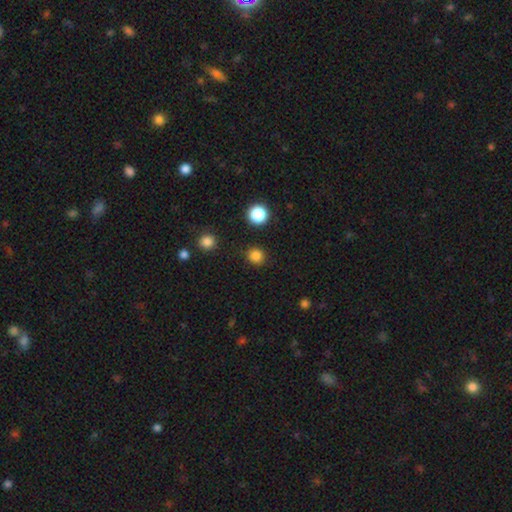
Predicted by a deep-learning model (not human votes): A smooth galaxy with no disk features (83%) that is round (90%). Merging: none (89%).